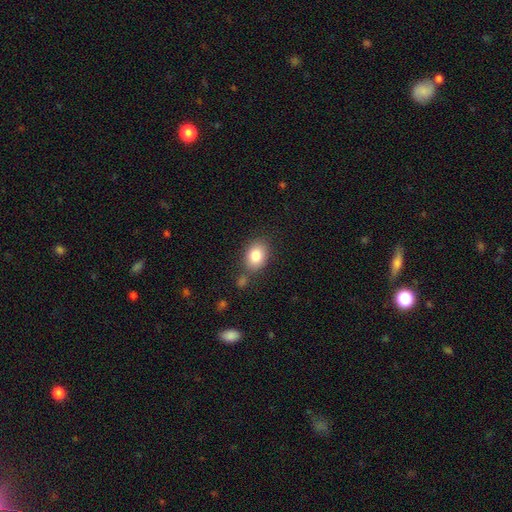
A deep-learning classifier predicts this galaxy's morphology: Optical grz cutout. It shows a smooth galaxy with no disk features (83%) that is in between round and cigar-shaped (70%). Merging: none (72%).